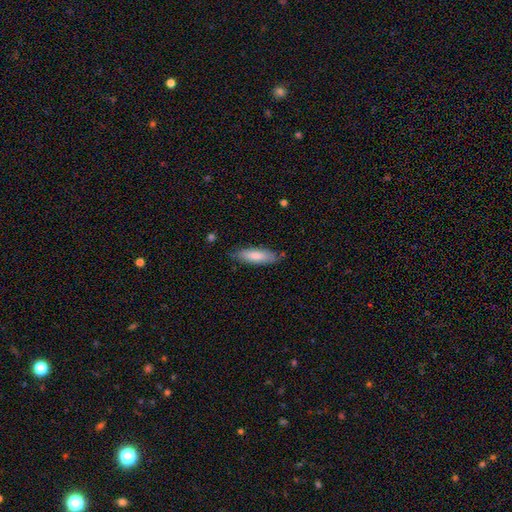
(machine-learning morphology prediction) Smooth or featured: smooth — 78% (featured or disk — 17%)
How rounded: in between — 50% (cigar-shaped — 49%)
Merging: none — 78% (minor disturbance — 17%)